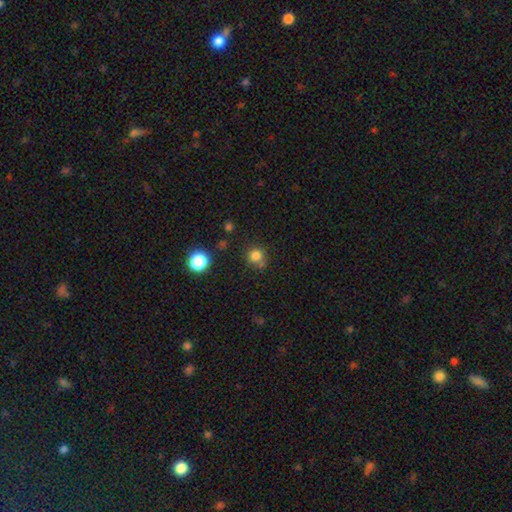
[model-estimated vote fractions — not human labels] A smooth galaxy with no disk features (79%) that is round (89%).

Vote fractions:
- Smooth or featured? smooth: 79% / star or artifact: 14% / featured or disk: 6%
- How rounded? round: 89% / in between: 10% / cigar-shaped: 1%
- Merging? none: 67% / minor disturbance: 15% / merger: 12% / major disturbance: 5%